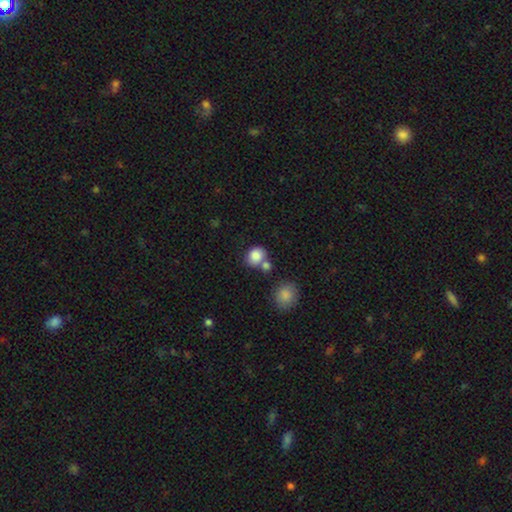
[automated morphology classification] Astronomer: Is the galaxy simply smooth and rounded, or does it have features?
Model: smooth — 84%.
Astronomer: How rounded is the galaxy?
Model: round — 67%.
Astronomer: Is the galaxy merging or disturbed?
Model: none — 53% (runner-up: merger, 31%).